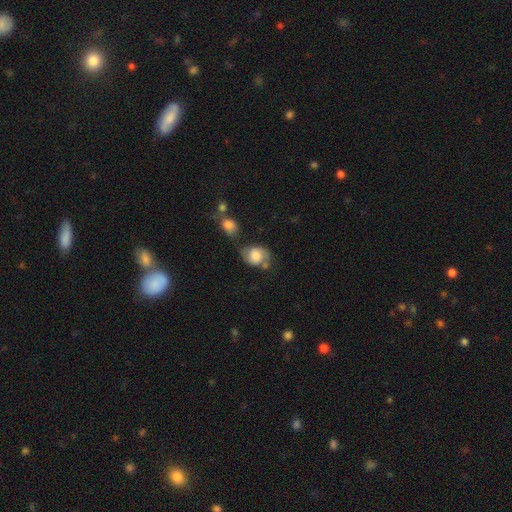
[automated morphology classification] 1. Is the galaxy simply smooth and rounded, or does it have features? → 62% smooth, 29% featured or disk, 9% star or artifact.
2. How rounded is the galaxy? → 55% round, 44% in between, 1% cigar-shaped.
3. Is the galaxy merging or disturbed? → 41% none, 25% minor disturbance, 20% merger, 14% major disturbance.